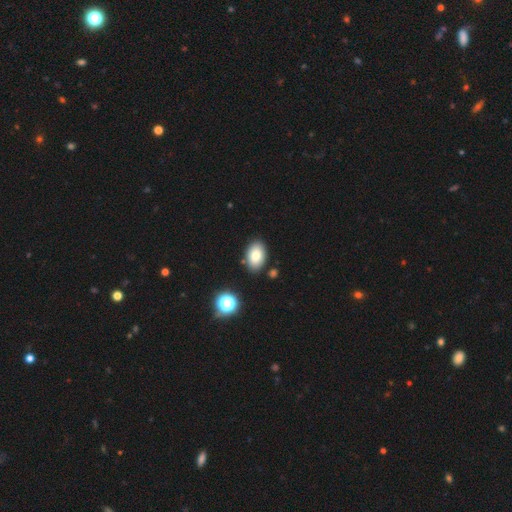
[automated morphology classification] smooth 81%, featured or disk 10%, star or artifact 9%. Down the decision tree: how rounded — in between (89%); merging — none (84%).